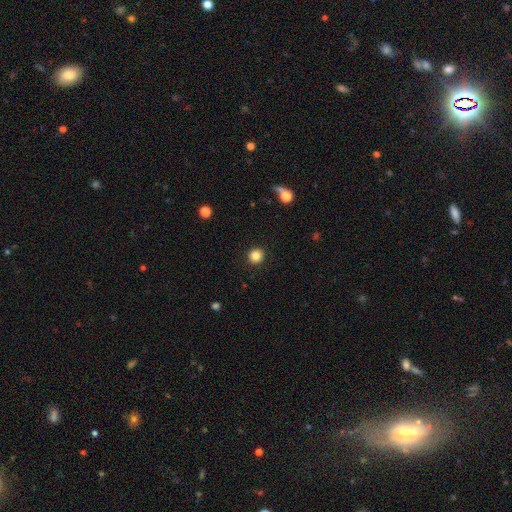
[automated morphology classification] The model was most divided on "smooth or featured": smooth: 85%, star or artifact: 11%, featured or disk: 4%. More confident: how rounded — round (94%); merging — none (92%).